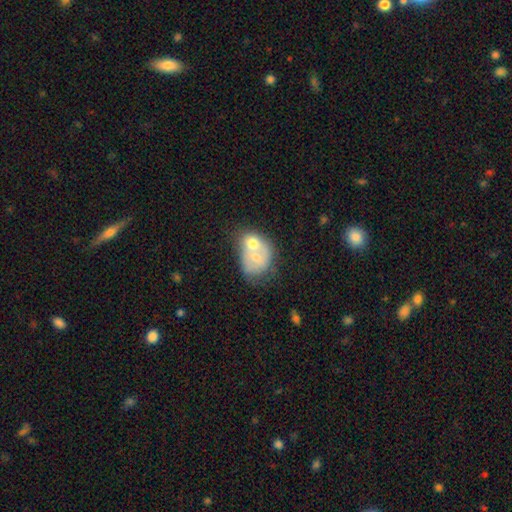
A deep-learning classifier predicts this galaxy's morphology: smooth 55%, featured or disk 37%, star or artifact 8%. Down the decision tree: how rounded — in between (50%); merging — merger (74%).